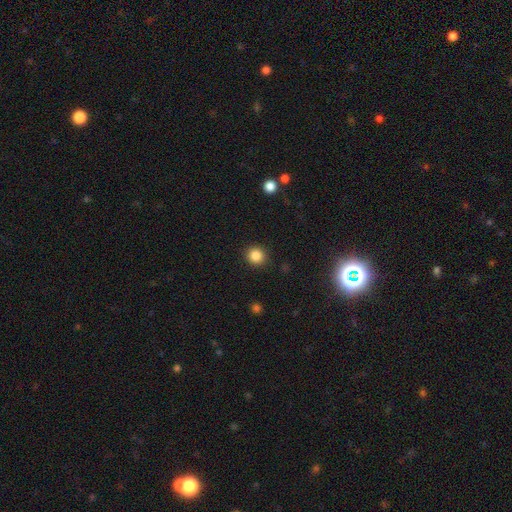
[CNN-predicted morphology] This appears to be a smooth galaxy with no disk features (85%) that is round (92%). Merging: none (91%).